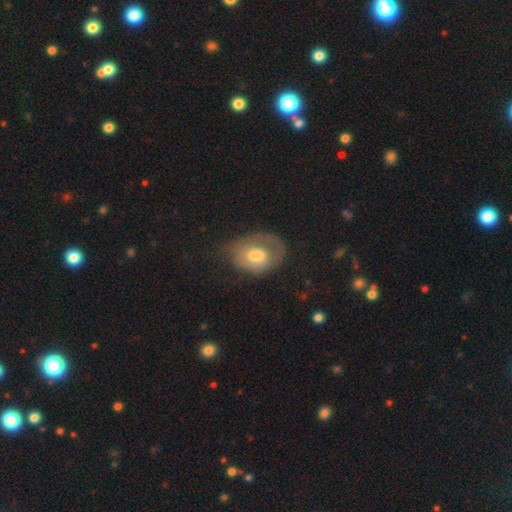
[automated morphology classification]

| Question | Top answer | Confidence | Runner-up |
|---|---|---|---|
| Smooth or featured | smooth | 54% | featured or disk (38%) |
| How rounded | in between | 66% | round (33%) |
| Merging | none | 37% | major disturbance (30%) |